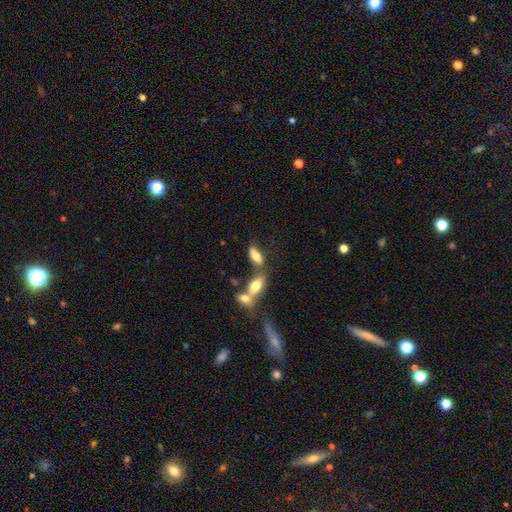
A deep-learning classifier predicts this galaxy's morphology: Q: Smooth or featured?
A: smooth (76%); runner-up: featured or disk (16%)
Q: How rounded?
A: in between (82%); runner-up: cigar-shaped (14%)
Q: Merging?
A: none (53%); runner-up: merger (29%)